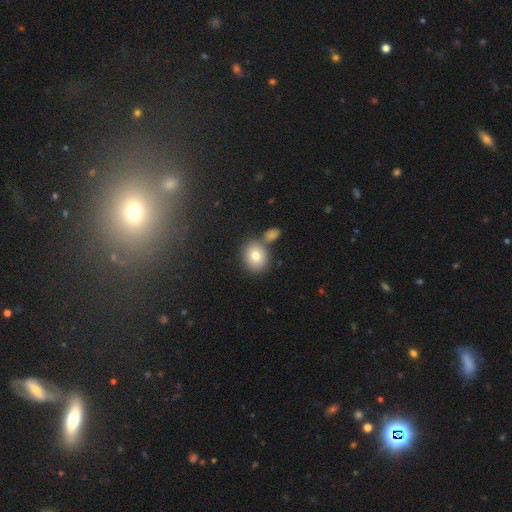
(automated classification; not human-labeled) Smooth or featured: smooth — 80% (featured or disk — 11%)
How rounded: round — 61% (in between — 38%)
Merging: none — 66% (merger — 20%)